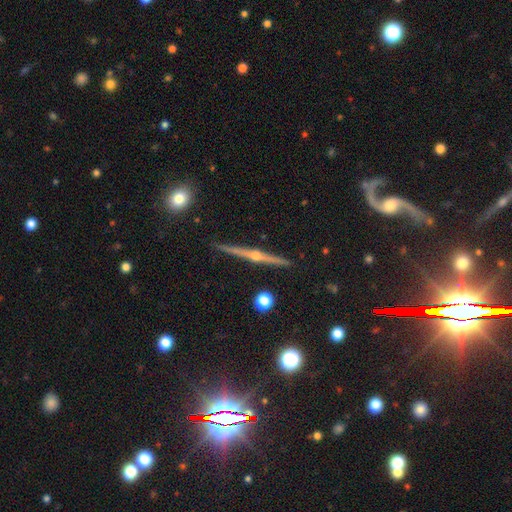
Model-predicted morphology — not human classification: Smooth or featured?
  - featured or disk: 86% *
  - smooth: 7%
  - star or artifact: 7%
Edge-on disk?
  - yes: 97% *
  - no: 3%
Edge-on bulge?
  - rounded: 90% *
  - none: 6%
  - boxy: 4%
Merging?
  - none: 89% *
  - minor disturbance: 7%
  - major disturbance: 2%
  - merger: 2%